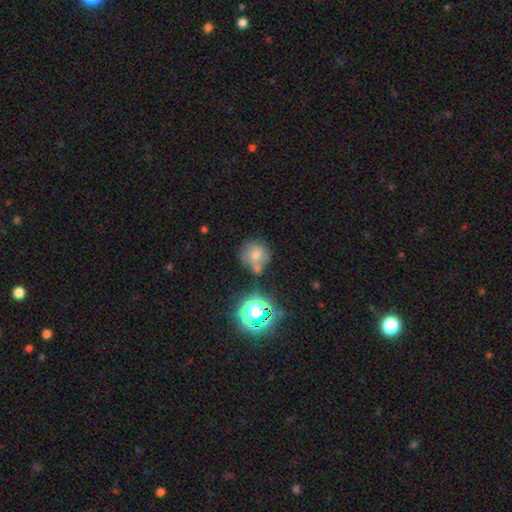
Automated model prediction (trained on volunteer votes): This appears to be a smooth galaxy with no disk features (62%) that is round (82%). Merging: none (47%).